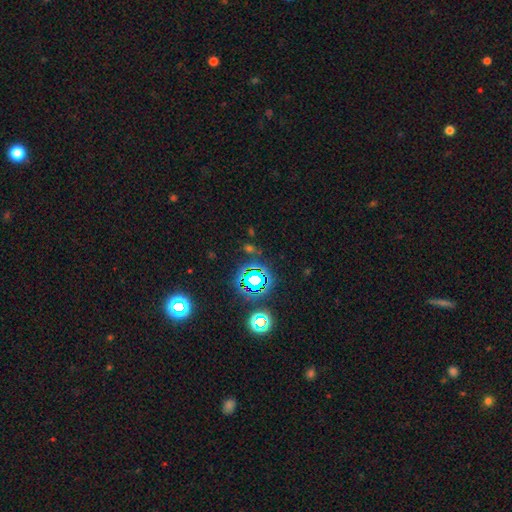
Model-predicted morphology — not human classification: Q: Smooth or featured?
A: star or artifact (75%); runner-up: smooth (17%)